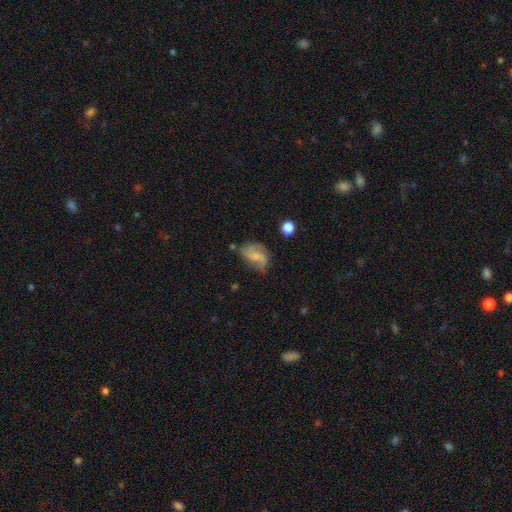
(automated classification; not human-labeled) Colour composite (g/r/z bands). It shows a featured or disk galaxy (65%) with no bar (48%), 2 (71%) loose (56%) spiral arms (88%) and a small central bulge (38%). Merging: none (51%).